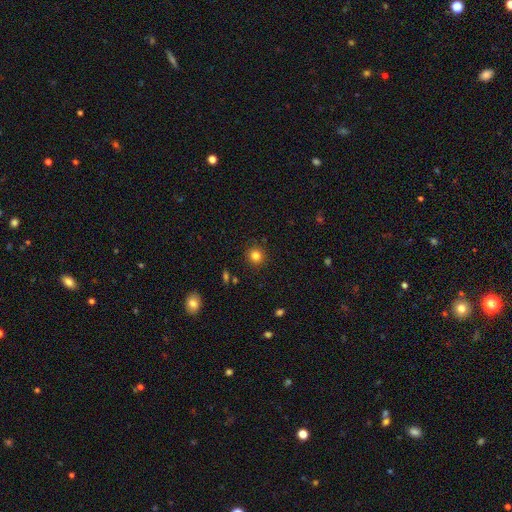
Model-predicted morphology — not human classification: smooth 82%, star or artifact 12%, featured or disk 5%. Down the decision tree: how rounded — round (90%); merging — none (90%).